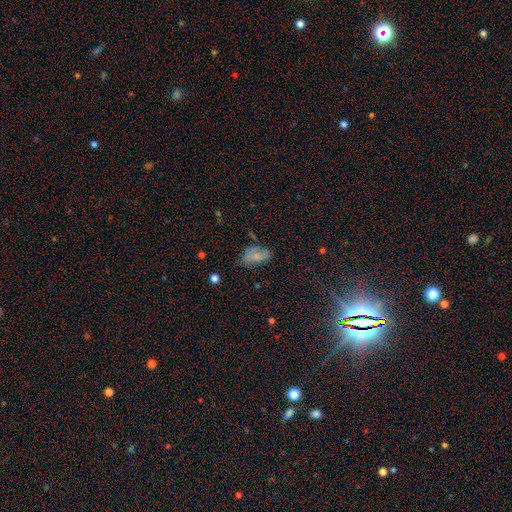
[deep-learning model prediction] This is likely a smooth galaxy (68%). How rounded: clearly in between (91%). Merging: possibly none (50%).